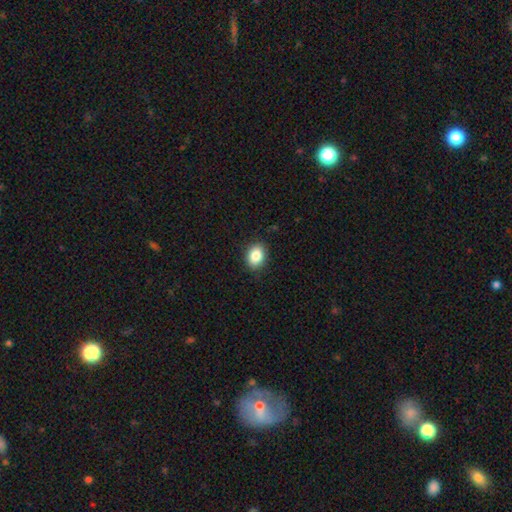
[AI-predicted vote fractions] Smooth or featured?
  - smooth: 86% *
  - star or artifact: 9%
  - featured or disk: 6%
How rounded?
  - in between: 63% *
  - round: 36%
  - cigar-shaped: 1%
Merging?
  - none: 89% *
  - minor disturbance: 8%
  - major disturbance: 2%
  - merger: 1%